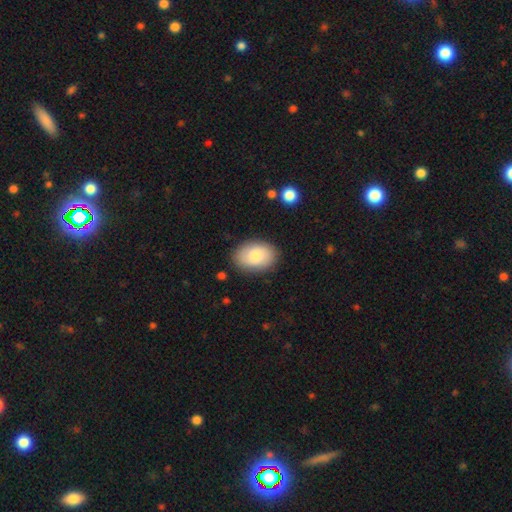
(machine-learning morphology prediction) Smooth or featured?
  - smooth: 77% *
  - featured or disk: 16%
  - star or artifact: 6%
How rounded?
  - in between: 83% *
  - round: 16%
  - cigar-shaped: 1%
Merging?
  - none: 85% *
  - minor disturbance: 11%
  - major disturbance: 3%
  - merger: 1%